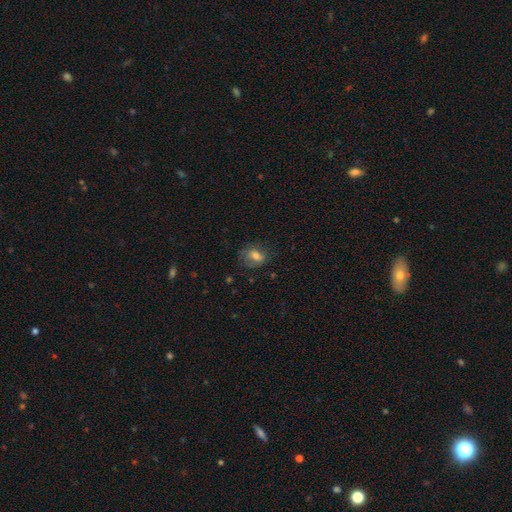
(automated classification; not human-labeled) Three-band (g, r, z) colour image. It shows a smooth galaxy with no disk features (68%) that is in between round and cigar-shaped (58%). Merging: none (61%).